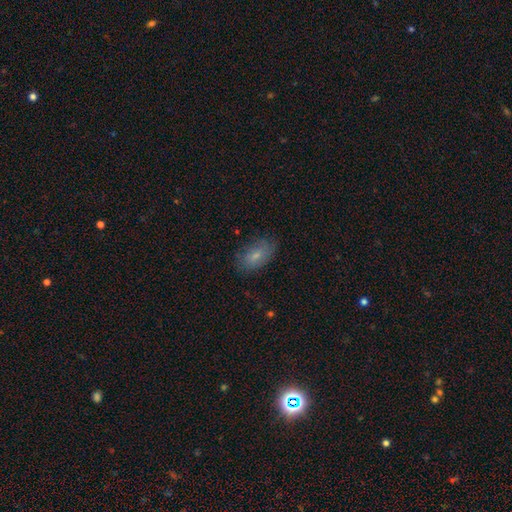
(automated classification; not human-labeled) This is likely a smooth galaxy (67%). How rounded: clearly in between (90%). Merging: likely none (76%).